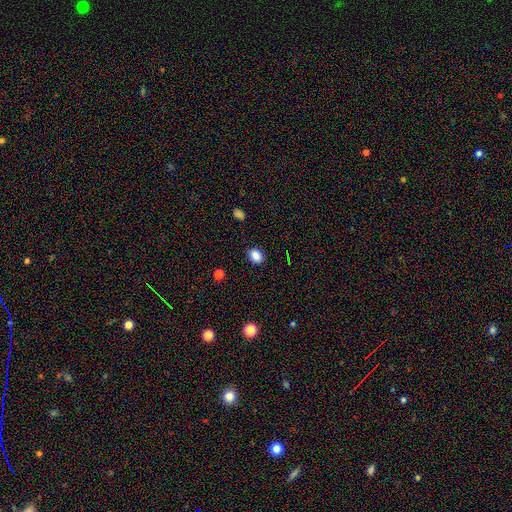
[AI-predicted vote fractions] Smooth or featured?
  - smooth: 86% *
  - star or artifact: 10%
  - featured or disk: 3%
How rounded?
  - in between: 63% *
  - round: 36%
  - cigar-shaped: 1%
Merging?
  - none: 87% *
  - minor disturbance: 10%
  - major disturbance: 2%
  - merger: 1%